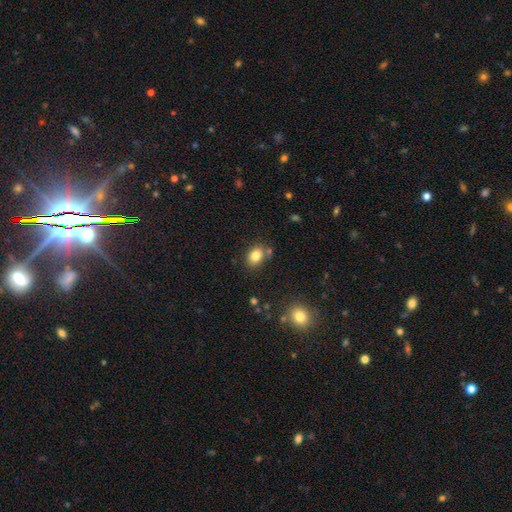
A smooth galaxy with no disk features (74%) that is in between round and cigar-shaped (62%). Merging: none (91%).